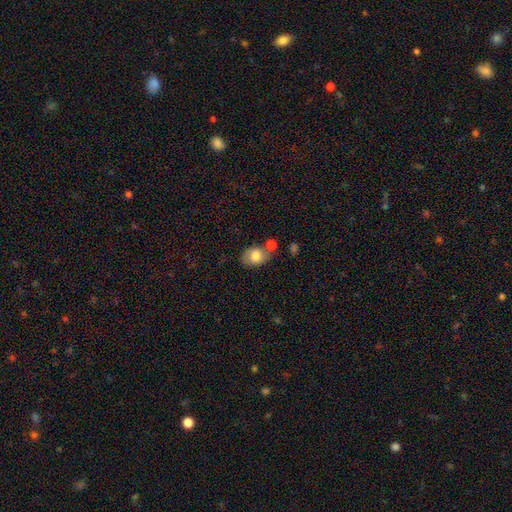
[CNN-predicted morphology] Q: Smooth or featured?
A: smooth (74%); runner-up: featured or disk (19%)
Q: How rounded?
A: in between (77%); runner-up: round (22%)
Q: Merging?
A: none (62%); runner-up: minor disturbance (18%)